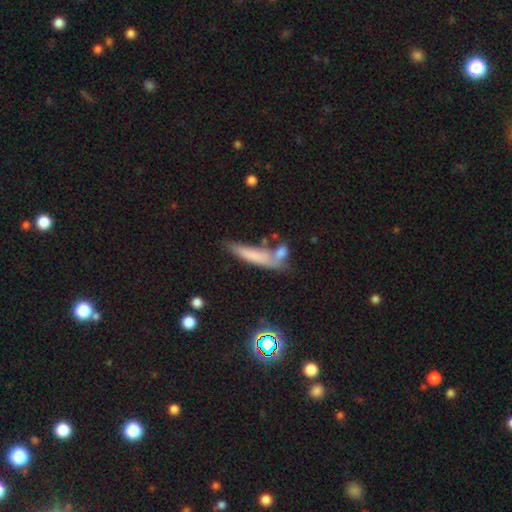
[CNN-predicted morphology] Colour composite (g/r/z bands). It shows a smooth galaxy with no disk features (66%) that is cigar-shaped (78%). Merging: none (47%).